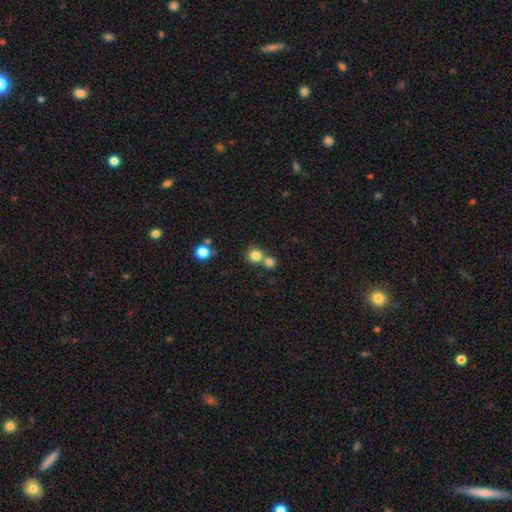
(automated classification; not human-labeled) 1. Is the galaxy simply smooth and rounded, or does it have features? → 80% smooth, 12% star or artifact, 8% featured or disk.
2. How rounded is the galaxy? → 89% round, 10% in between, 1% cigar-shaped.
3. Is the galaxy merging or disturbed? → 52% none, 40% merger, 6% minor disturbance, 2% major disturbance.